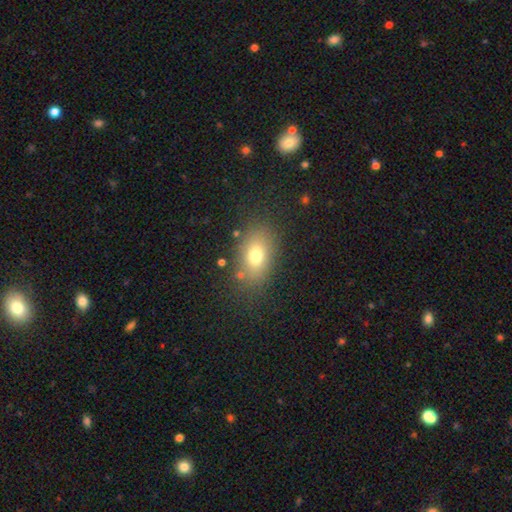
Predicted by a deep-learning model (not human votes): Overall: smooth (74%). How rounded: in between (81%). Merging: none (80%).